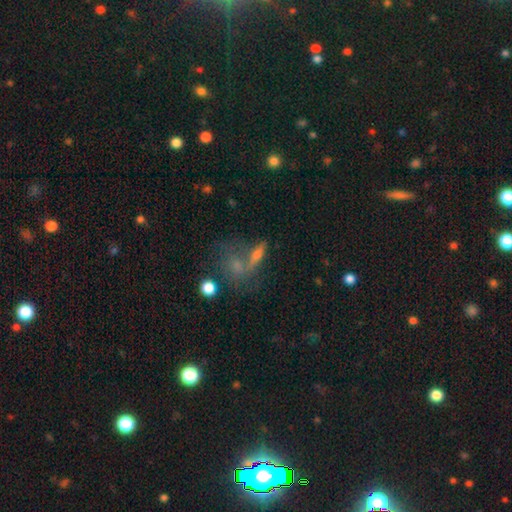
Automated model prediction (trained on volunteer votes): This appears to be a smooth galaxy with no disk features (48%). Merging: none (42%).